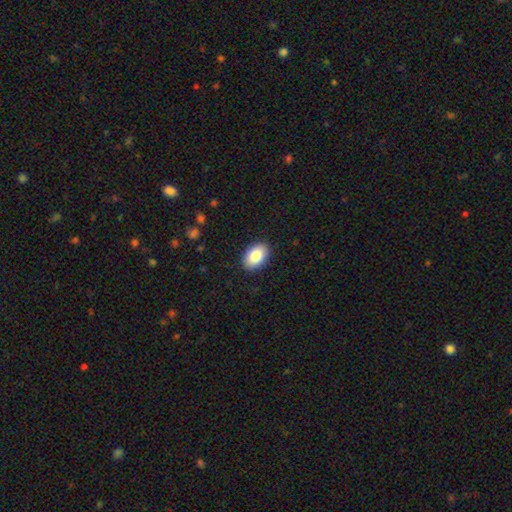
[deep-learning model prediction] smooth 84%, featured or disk 9%, star or artifact 7%. Down the decision tree: how rounded — in between (91%); merging — none (90%).